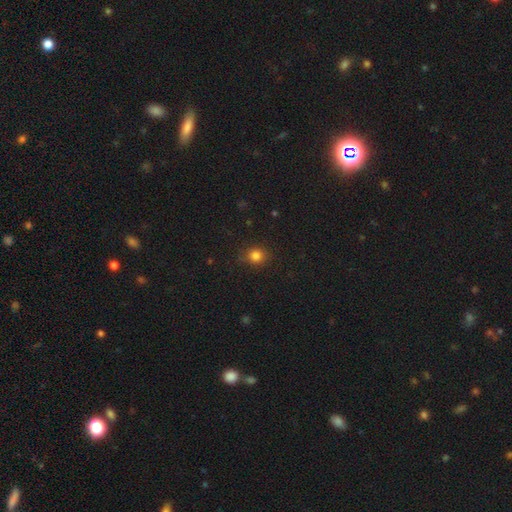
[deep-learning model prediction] The model was most divided on "how rounded": round: 79%, in between: 20%, cigar-shaped: 1%. More confident: merging — none (85%); smooth or featured — smooth (82%).